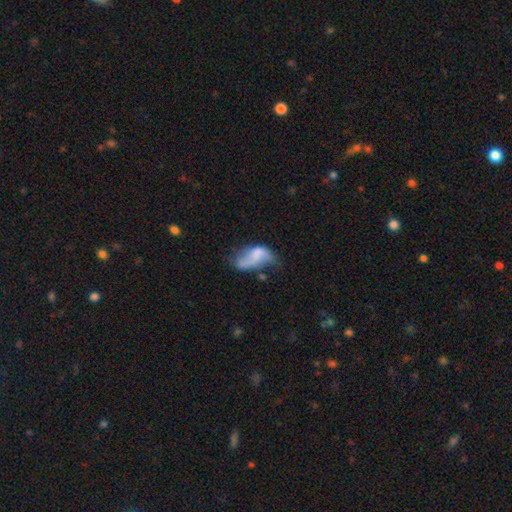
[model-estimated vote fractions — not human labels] This is possibly a smooth galaxy (51%). How rounded: clearly in between (90%). Merging: marginally major disturbance (30%).